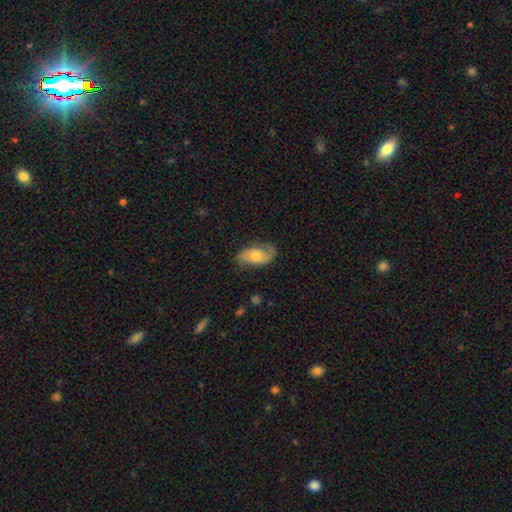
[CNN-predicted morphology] smooth_or_featured: featured or disk (p=0.54) [alt: smooth p=0.39]
disk_edge_on: no (p=0.92) [alt: yes p=0.08]
merging: none (p=0.66) [alt: minor disturbance p=0.24]